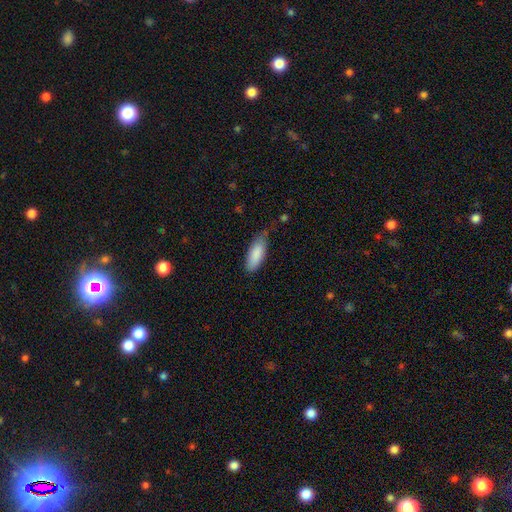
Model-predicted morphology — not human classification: smooth 88%, featured or disk 7%, star or artifact 5%. Down the decision tree: how rounded — in between (73%); merging — none (61%).